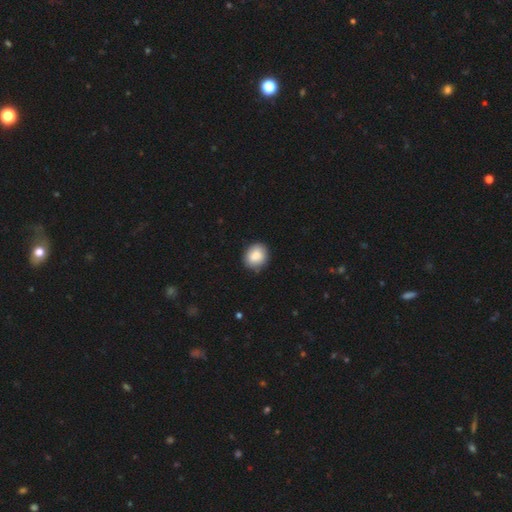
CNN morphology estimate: A smooth galaxy with no disk features (87%) that is round (63%). Merging: none (84%).